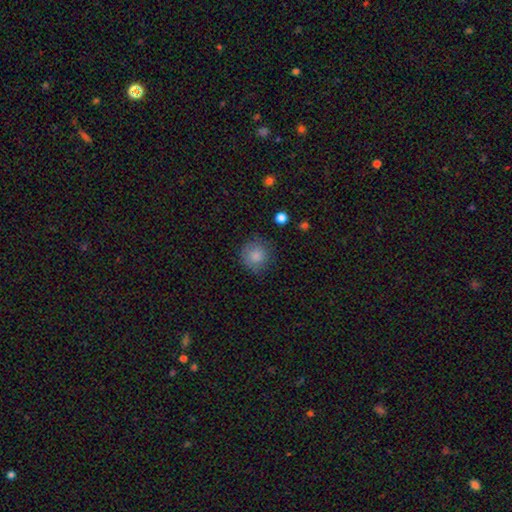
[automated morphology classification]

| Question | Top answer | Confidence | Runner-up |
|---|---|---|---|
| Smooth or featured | smooth | 84% | star or artifact (9%) |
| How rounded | round | 91% | in between (8%) |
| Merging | none | 77% | minor disturbance (16%) |